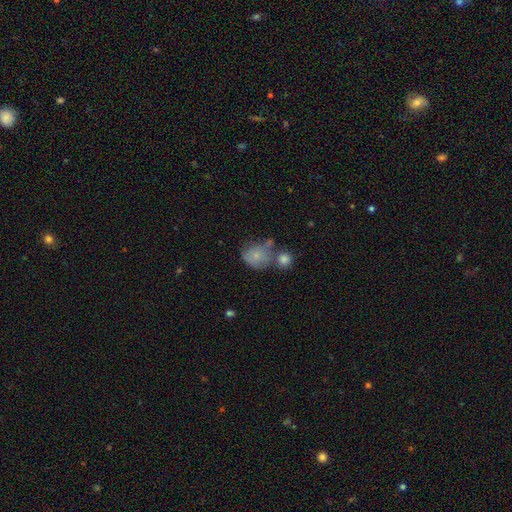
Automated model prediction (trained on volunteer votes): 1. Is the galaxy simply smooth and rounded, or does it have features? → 75% smooth, 16% featured or disk, 9% star or artifact.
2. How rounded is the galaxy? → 63% round, 36% in between, 1% cigar-shaped.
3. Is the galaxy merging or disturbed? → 38% none, 31% merger, 21% minor disturbance, 10% major disturbance.